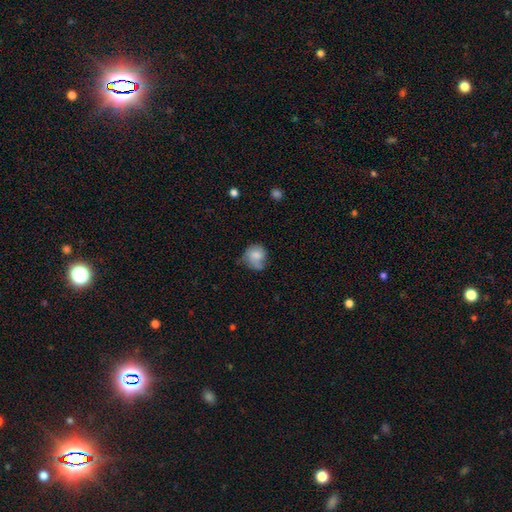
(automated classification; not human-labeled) A smooth galaxy with no disk features (66%) that is round (71%).

Vote fractions:
- Smooth or featured? smooth: 66% / featured or disk: 26% / star or artifact: 8%
- How rounded? round: 71% / in between: 28% / cigar-shaped: 1%
- Merging? none: 42% / minor disturbance: 34% / major disturbance: 17% / merger: 6%